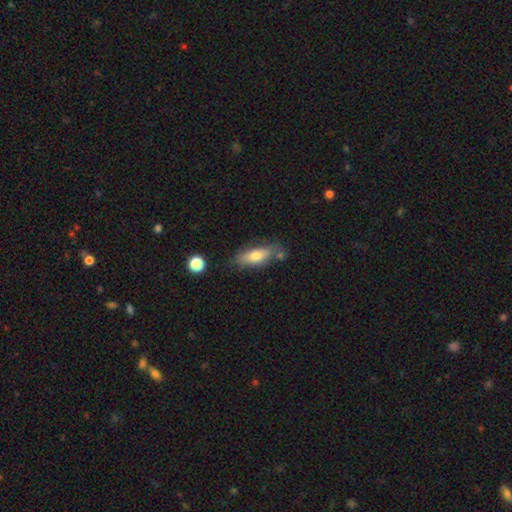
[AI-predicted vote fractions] A smooth galaxy with no disk features (71%) that is in between round and cigar-shaped (66%).

Vote fractions:
- Smooth or featured? smooth: 71% / featured or disk: 22% / star or artifact: 7%
- How rounded? in between: 66% / cigar-shaped: 31% / round: 3%
- Merging? none: 66% / minor disturbance: 20% / merger: 9% / major disturbance: 5%